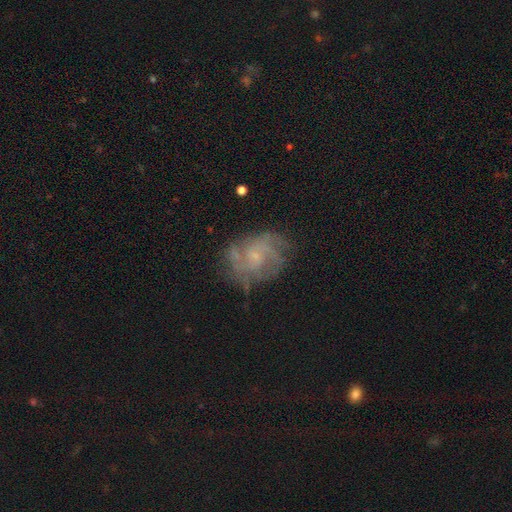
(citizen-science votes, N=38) A featured or disk galaxy (84%) with no bar (50%), 2 (31%, tied with 3) medium (59%) spiral arms (97%) and a small central bulge (80%).

Vote fractions:
- Smooth or featured? featured or disk: 84% / smooth: 11% / star or artifact: 5%
- Edge-on disk? no: 94% / yes: 6%
- Bar? no: 50% / weak: 40% / strong: 10%
- Spiral arms? yes: 97% / no: 3%
- Spiral winding? medium: 59% / tight: 21% / loose: 21%
- Spiral arm count? 2: 31% (tied) / 3: 31% (tied) / can't tell: 24% / 4: 14% / 1: 0% / more than 4: 0%
- Bulge size? small: 80% / moderate: 17% / none: 3% / dominant: 0% / large: 0%
- Merging? minor disturbance: 39% / none: 36% / major disturbance: 17% / merger: 8%